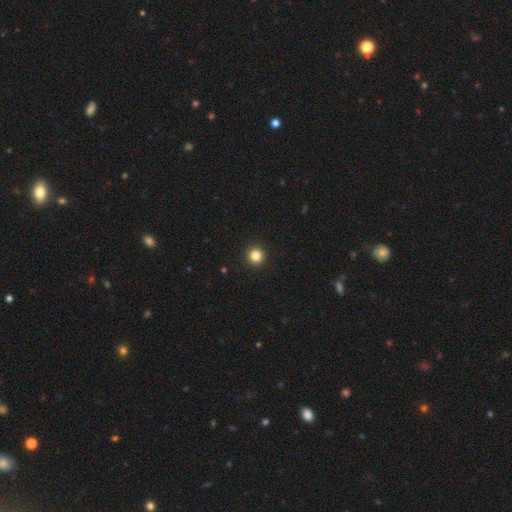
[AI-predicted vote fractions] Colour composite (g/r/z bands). It shows a smooth galaxy with no disk features (84%) that is round (93%). Merging: none (93%).